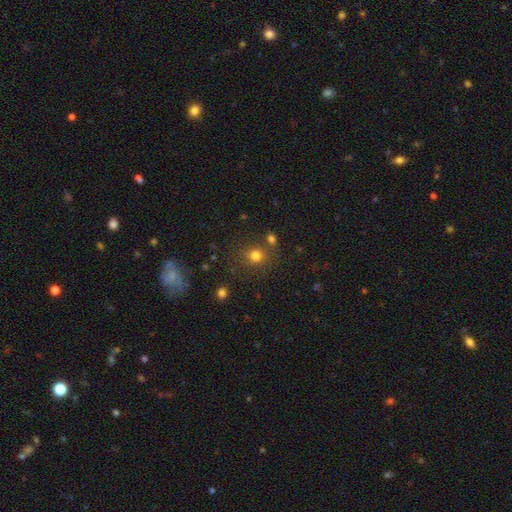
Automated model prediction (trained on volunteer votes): smooth_or_featured: smooth (p=0.77) [alt: star or artifact p=0.16]
how_rounded: round (p=0.85) [alt: in between p=0.14]
merging: none (p=0.75) [alt: minor disturbance p=0.10]